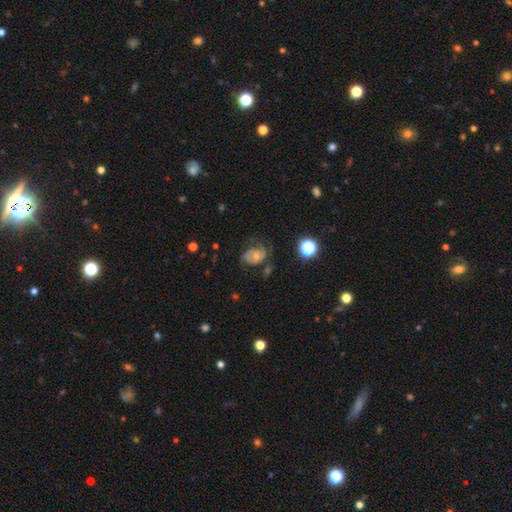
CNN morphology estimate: This is possibly a featured or disk galaxy (54%). It is clearly not viewed edge-on (97%). Bar: likely no (76%). Spiral arm pattern: likely yes (74%). Central bulge: possibly moderate (46%, tied with small). Merging: marginally none (43%).